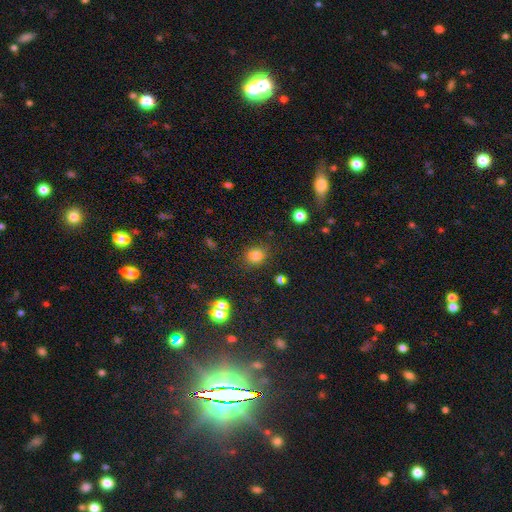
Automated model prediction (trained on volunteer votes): Smooth or featured? smooth (80%)
How rounded? round (74%)
Merging? none (83%)